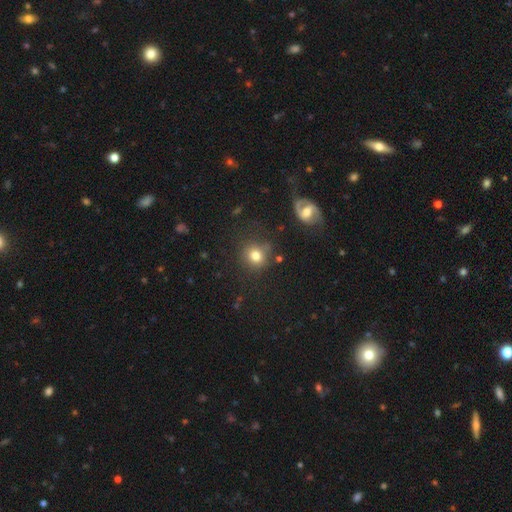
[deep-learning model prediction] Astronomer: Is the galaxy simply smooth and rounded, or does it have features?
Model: smooth — 77%.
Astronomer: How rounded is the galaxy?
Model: round — 85%.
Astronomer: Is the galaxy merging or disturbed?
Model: none — 75%.